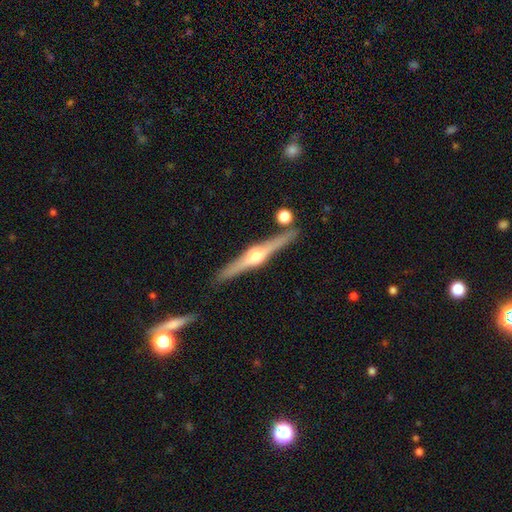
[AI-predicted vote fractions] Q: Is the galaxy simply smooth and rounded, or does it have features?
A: featured or disk — 83%.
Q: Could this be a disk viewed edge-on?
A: yes — 98%.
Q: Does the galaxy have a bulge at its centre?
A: rounded — 94%.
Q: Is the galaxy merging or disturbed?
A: none — 87%.